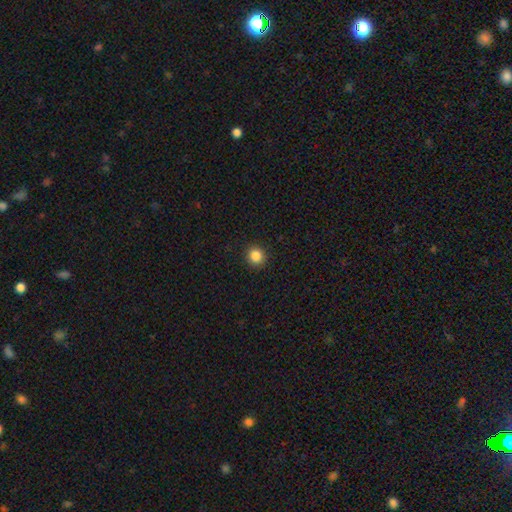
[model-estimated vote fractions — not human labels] Q: Smooth or featured?
A: smooth (86%); runner-up: star or artifact (11%)
Q: How rounded?
A: round (93%); runner-up: in between (6%)
Q: Merging?
A: none (92%); runner-up: minor disturbance (5%)